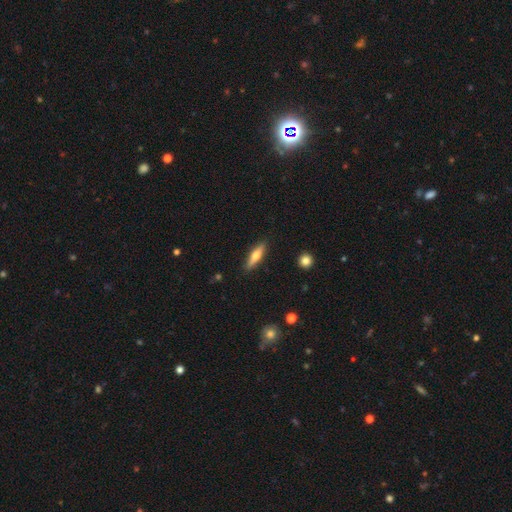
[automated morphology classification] smooth_or_featured: smooth (p=0.54) [alt: featured or disk p=0.40]
how_rounded: cigar-shaped (p=0.71) [alt: in between p=0.26]
merging: none (p=0.89) [alt: minor disturbance p=0.08]